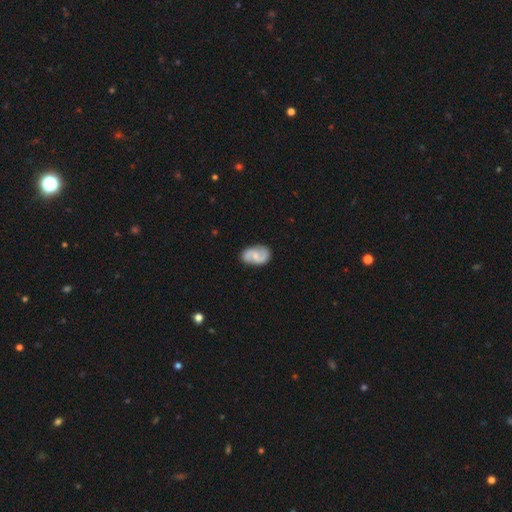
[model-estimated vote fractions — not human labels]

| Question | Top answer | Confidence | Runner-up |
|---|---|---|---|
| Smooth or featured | featured or disk | 72% | smooth (22%) |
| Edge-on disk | no | 97% | yes (3%) |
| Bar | weak | 48% | no (41%) |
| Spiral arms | yes | 93% | no (7%) |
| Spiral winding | medium | 46% | loose (36%) |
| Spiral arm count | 2 | 90% | can't tell (5%) |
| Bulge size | small | 52% | moderate (33%) |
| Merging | none | 80% | minor disturbance (15%) |